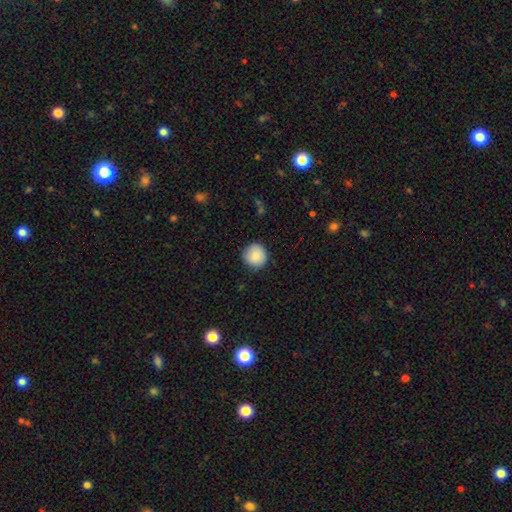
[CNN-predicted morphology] Smooth or featured: smooth — 85% (star or artifact — 8%)
How rounded: round — 95% (in between — 4%)
Merging: none — 89% (minor disturbance — 8%)